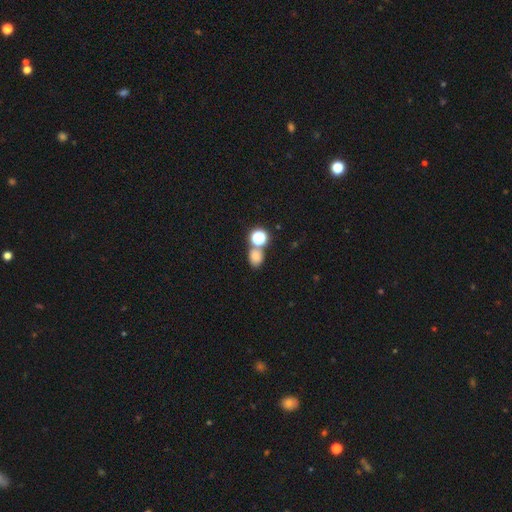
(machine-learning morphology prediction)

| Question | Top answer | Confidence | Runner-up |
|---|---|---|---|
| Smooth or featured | smooth | 74% | star or artifact (19%) |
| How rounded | in between | 58% | round (41%) |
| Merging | none | 57% | merger (28%) |